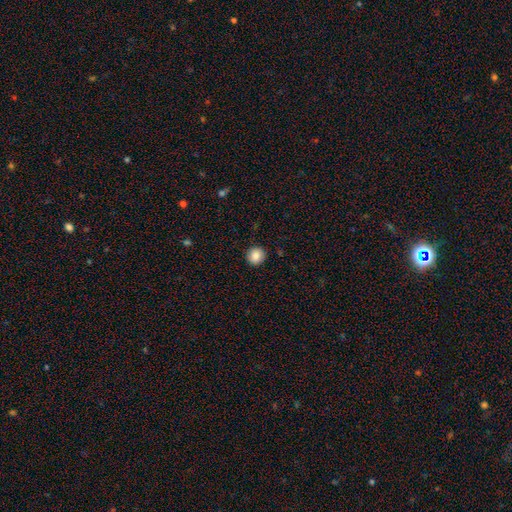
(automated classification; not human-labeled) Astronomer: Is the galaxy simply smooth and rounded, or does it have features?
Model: smooth — 86%.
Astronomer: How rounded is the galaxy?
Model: round — 93%.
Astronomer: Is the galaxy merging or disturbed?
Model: none — 92%.